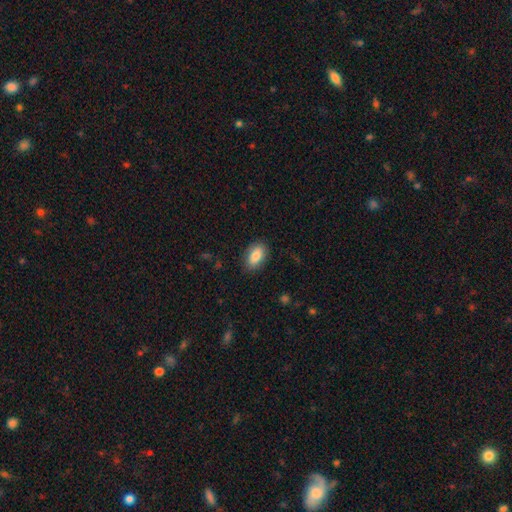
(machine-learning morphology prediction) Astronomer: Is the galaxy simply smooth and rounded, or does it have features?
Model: smooth — 85%.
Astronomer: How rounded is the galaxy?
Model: in between — 91%.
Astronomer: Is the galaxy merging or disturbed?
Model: none — 85%.